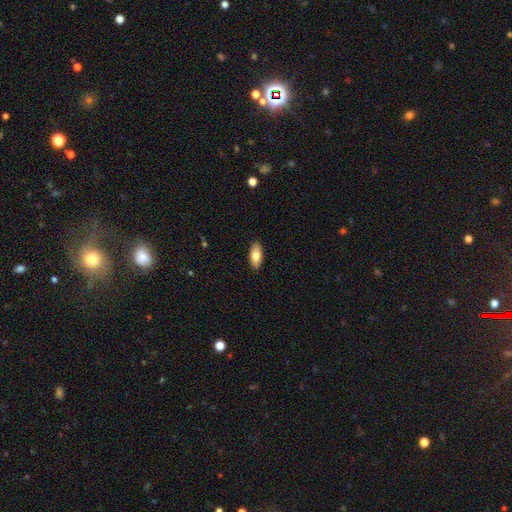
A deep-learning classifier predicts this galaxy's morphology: This appears to be a smooth galaxy with no disk features (77%) that is in between round and cigar-shaped (86%). Merging: none (90%).